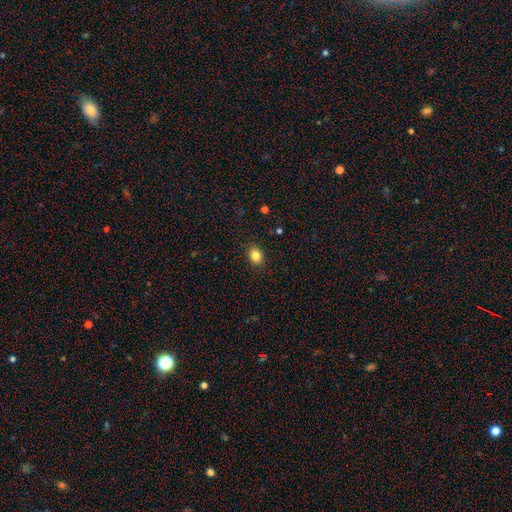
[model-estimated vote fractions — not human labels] Smooth or featured? Predicted: smooth (p=0.84). How rounded? Predicted: round (p=0.55). Merging? Predicted: none (p=0.89).